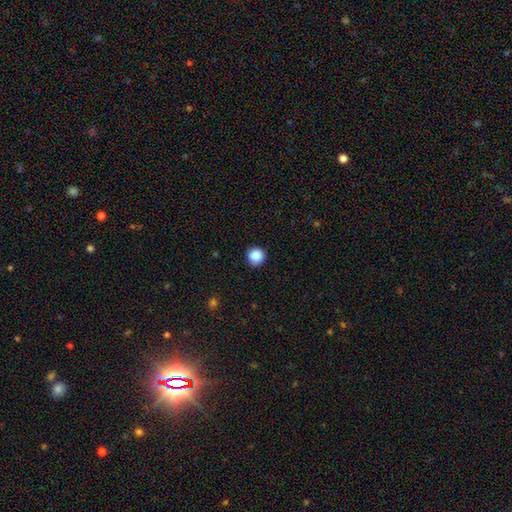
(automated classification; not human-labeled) A smooth galaxy with no disk features (89%) that is round (95%).

Vote fractions:
- Smooth or featured? smooth: 89% / star or artifact: 9% / featured or disk: 2%
- How rounded? round: 95% / in between: 4% / cigar-shaped: 1%
- Merging? none: 91% / minor disturbance: 6% / major disturbance: 2% / merger: 1%